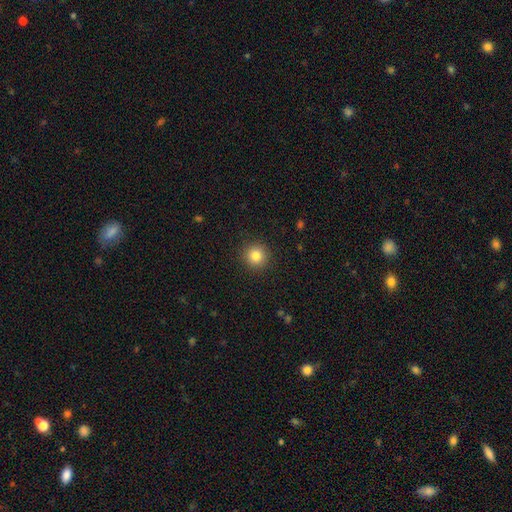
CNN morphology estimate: A smooth galaxy with no disk features (83%) that is round (94%). Merging: none (92%).